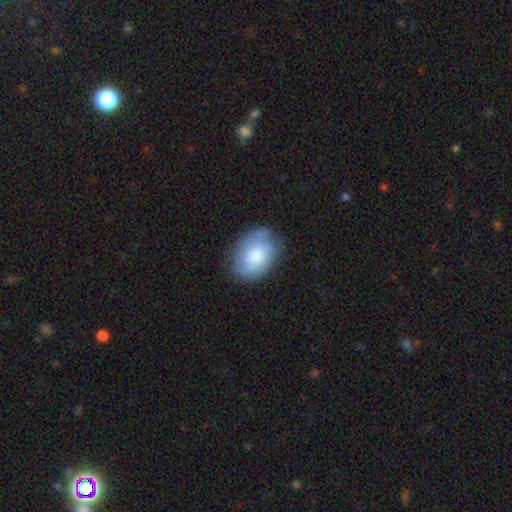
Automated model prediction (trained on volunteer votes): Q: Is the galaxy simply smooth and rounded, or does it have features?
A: smooth — 75%.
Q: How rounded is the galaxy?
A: in between — 77%.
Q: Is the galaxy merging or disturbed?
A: none — 71%.